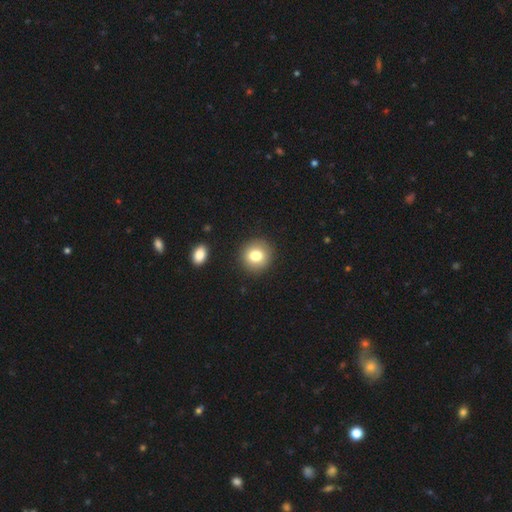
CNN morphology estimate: A smooth galaxy with no disk features (80%) that is round (89%).

Vote fractions:
- Smooth or featured? smooth: 80% / featured or disk: 10% / star or artifact: 10%
- How rounded? round: 89% / in between: 10% / cigar-shaped: 1%
- Merging? none: 89% / minor disturbance: 7% / major disturbance: 2% / merger: 2%